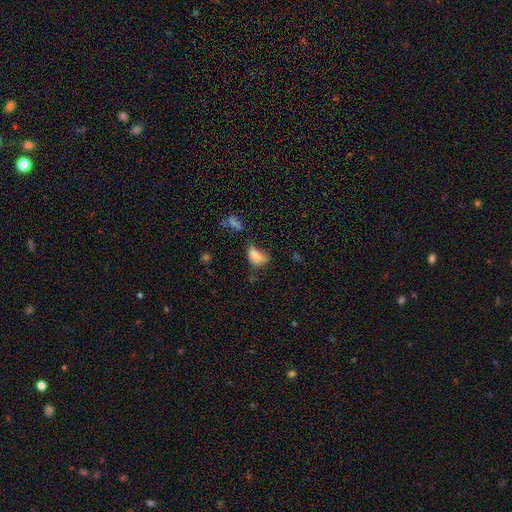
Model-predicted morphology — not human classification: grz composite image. It shows a smooth galaxy with no disk features (76%) that is in between round and cigar-shaped (88%). Merging: minor disturbance (30%).